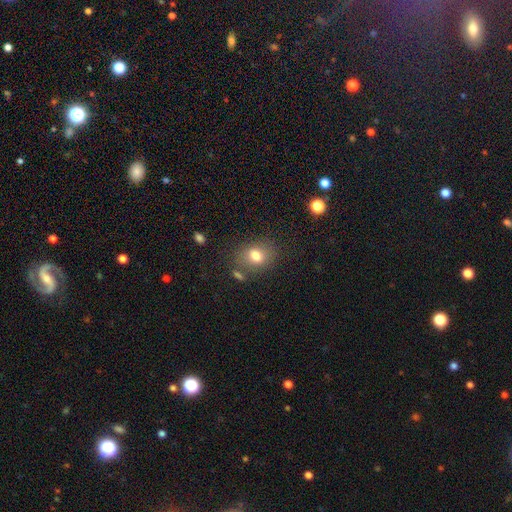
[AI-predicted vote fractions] smooth 77%, star or artifact 12%, featured or disk 12%. Down the decision tree: how rounded — in between (54%); merging — none (73%).